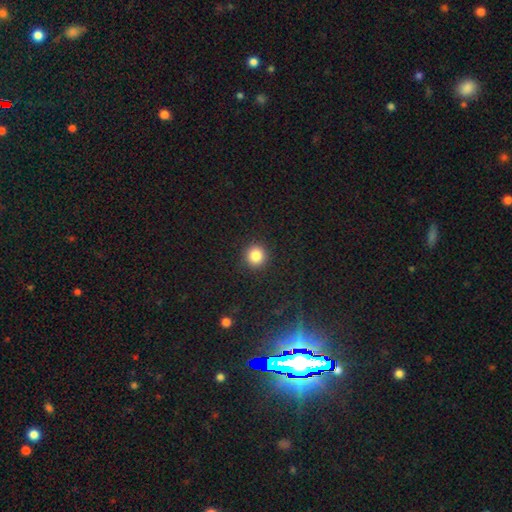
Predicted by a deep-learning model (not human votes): Smooth or featured: smooth — 85% (star or artifact — 10%)
How rounded: round — 93% (in between — 6%)
Merging: none — 92% (minor disturbance — 5%)